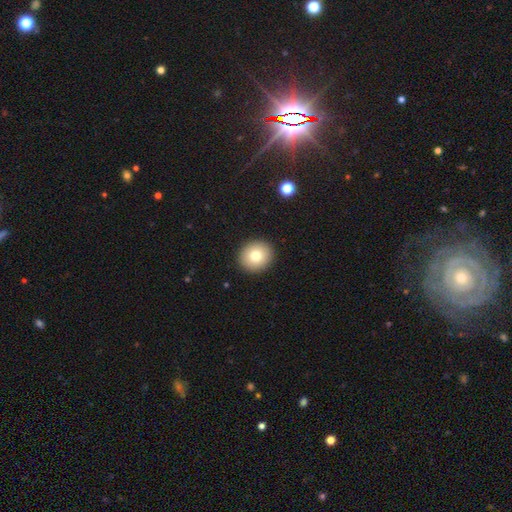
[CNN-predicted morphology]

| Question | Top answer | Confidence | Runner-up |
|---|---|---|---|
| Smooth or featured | smooth | 78% | featured or disk (13%) |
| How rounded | round | 86% | in between (13%) |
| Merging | none | 92% | minor disturbance (5%) |